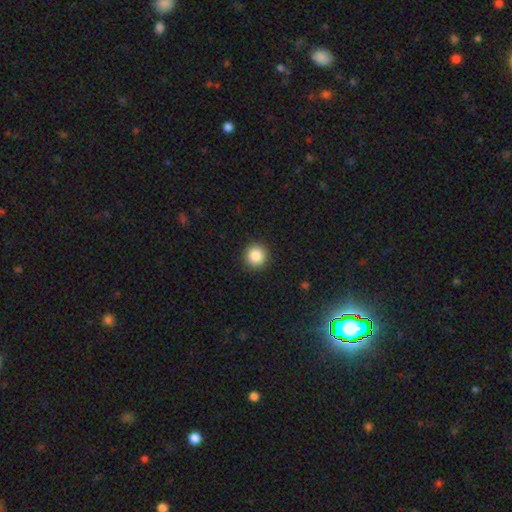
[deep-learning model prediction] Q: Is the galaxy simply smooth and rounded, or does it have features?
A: smooth — 86%.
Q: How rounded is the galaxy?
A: round — 94%.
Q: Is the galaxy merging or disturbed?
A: none — 92%.